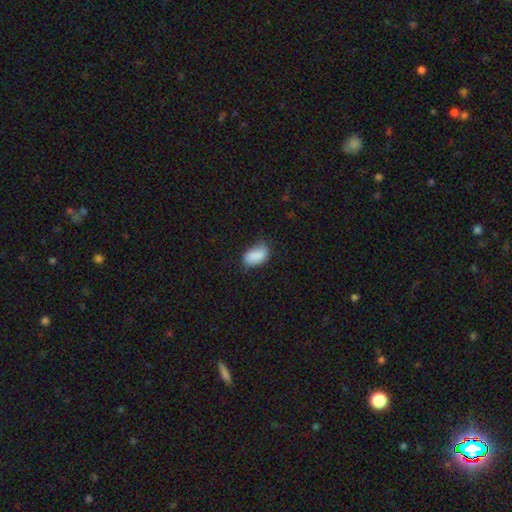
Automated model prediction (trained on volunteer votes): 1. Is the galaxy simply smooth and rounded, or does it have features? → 87% smooth, 7% star or artifact, 6% featured or disk.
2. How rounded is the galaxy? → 92% in between, 6% round, 2% cigar-shaped.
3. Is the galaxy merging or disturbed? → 57% none, 33% minor disturbance, 8% major disturbance, 2% merger.